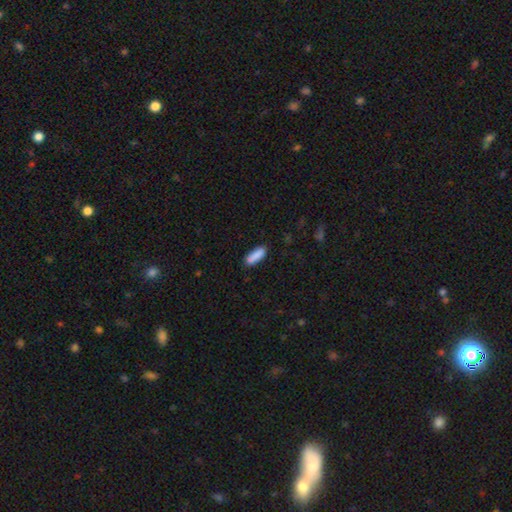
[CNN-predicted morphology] Smooth or featured? smooth (88%)
How rounded? in between (56%)
Merging? none (84%)